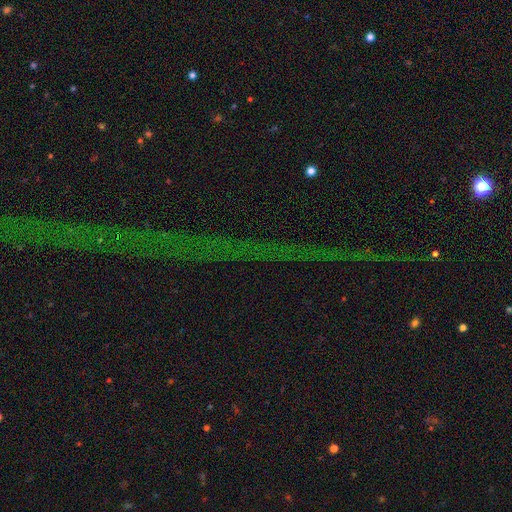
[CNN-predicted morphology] The model was most divided on "smooth or featured": star or artifact: 77%, featured or disk: 14%, smooth: 9%.